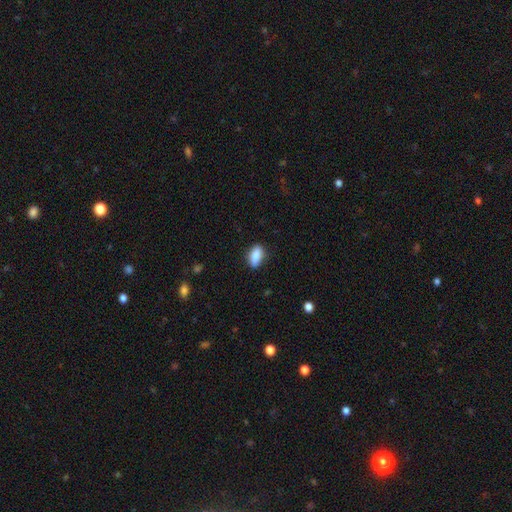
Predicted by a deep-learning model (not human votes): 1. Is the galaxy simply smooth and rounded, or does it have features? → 86% smooth, 7% star or artifact, 7% featured or disk.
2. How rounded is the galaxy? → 82% in between, 13% cigar-shaped, 5% round.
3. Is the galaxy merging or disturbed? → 81% none, 14% minor disturbance, 3% major disturbance, 1% merger.